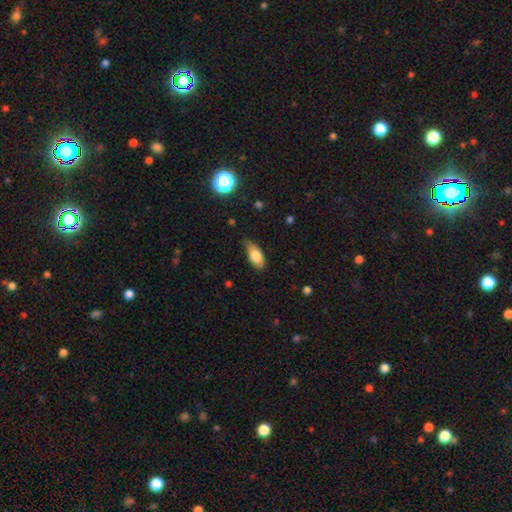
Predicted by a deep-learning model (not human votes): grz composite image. It shows a smooth galaxy with no disk features (78%) that is in between round and cigar-shaped (86%). Merging: none (61%).